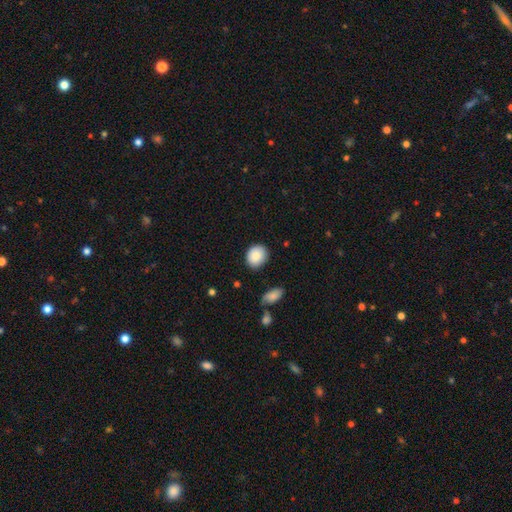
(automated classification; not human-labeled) The model was most divided on "how rounded": round: 60%, in between: 39%, cigar-shaped: 1%. More confident: smooth or featured — smooth (86%); merging — none (84%).